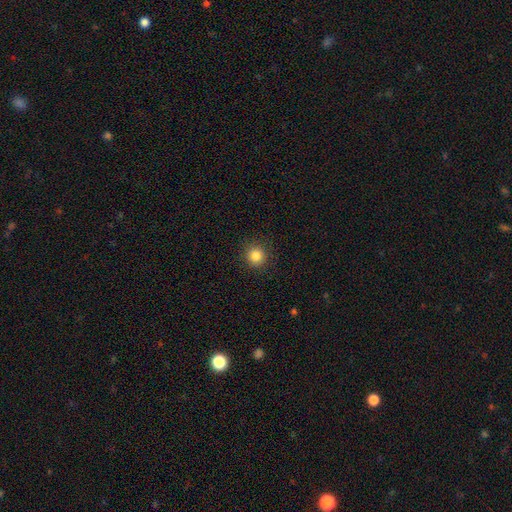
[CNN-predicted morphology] Overall: smooth (84%). How rounded: round (93%). Merging: none (90%).